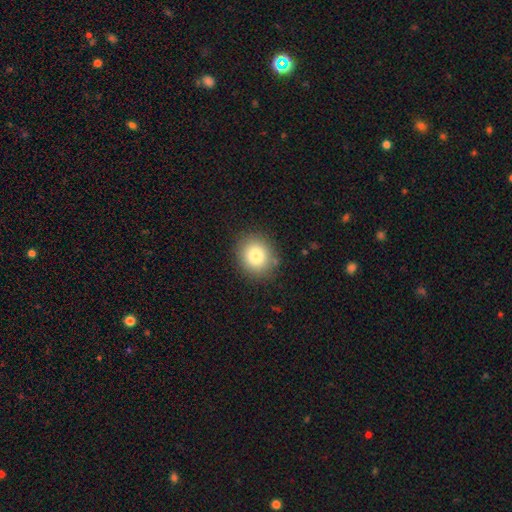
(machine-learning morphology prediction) This appears to be a smooth galaxy with no disk features (81%) that is round (77%). Merging: none (87%).